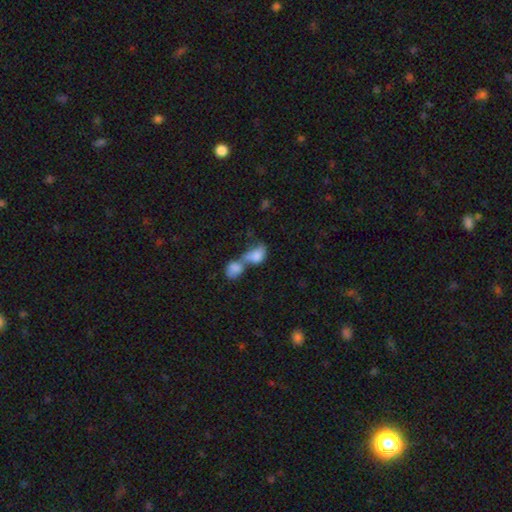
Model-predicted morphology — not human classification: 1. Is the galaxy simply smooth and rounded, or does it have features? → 79% smooth, 14% featured or disk, 7% star or artifact.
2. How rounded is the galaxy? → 77% in between, 19% round, 3% cigar-shaped.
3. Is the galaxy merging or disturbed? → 79% merger, 11% none, 5% major disturbance, 5% minor disturbance.